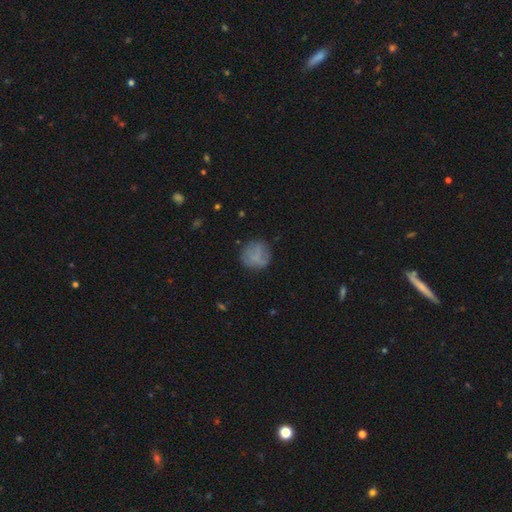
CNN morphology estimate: type=smooth (67%); roundness=round (87%); merging=none (69%).